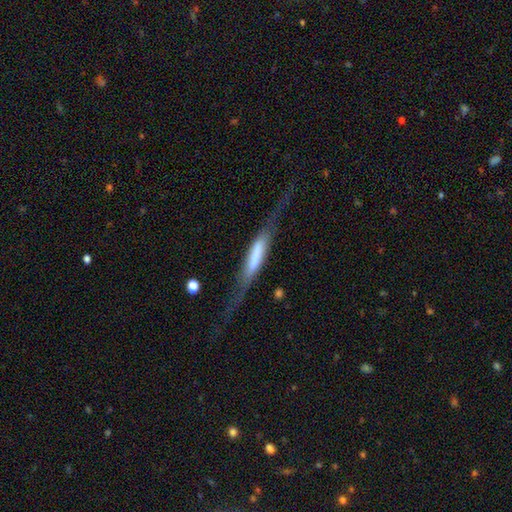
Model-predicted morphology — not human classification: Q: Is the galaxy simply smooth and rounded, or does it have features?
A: featured or disk — 52%.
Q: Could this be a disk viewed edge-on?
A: yes — 73%.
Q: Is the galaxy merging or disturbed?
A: none — 48%.